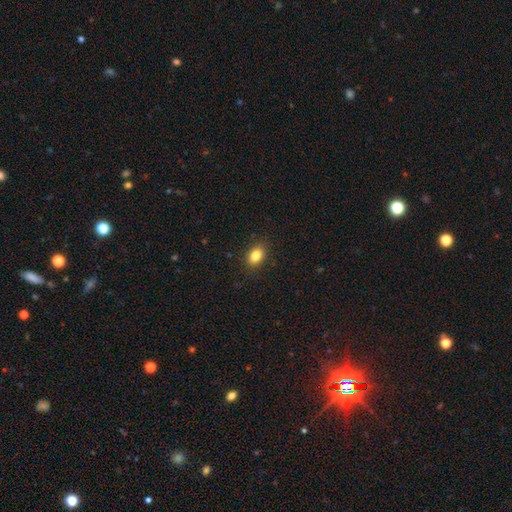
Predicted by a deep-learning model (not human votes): Q: Smooth or featured?
A: smooth (85%); runner-up: star or artifact (9%)
Q: How rounded?
A: in between (80%); runner-up: round (18%)
Q: Merging?
A: none (88%); runner-up: minor disturbance (9%)